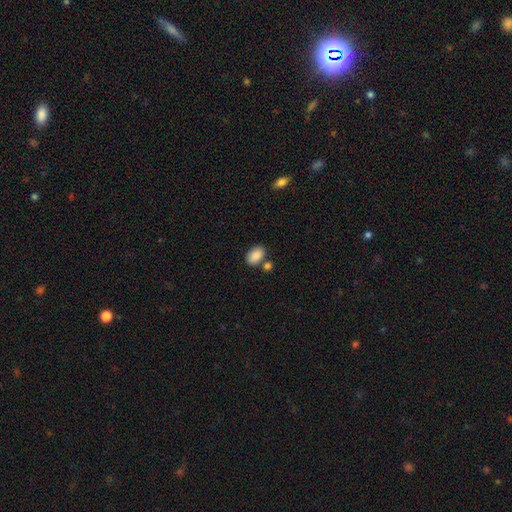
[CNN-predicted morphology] smooth_or_featured: smooth (p=0.89) [alt: star or artifact p=0.07]
how_rounded: in between (p=0.89) [alt: round p=0.09]
merging: none (p=0.70) [alt: merger p=0.15]